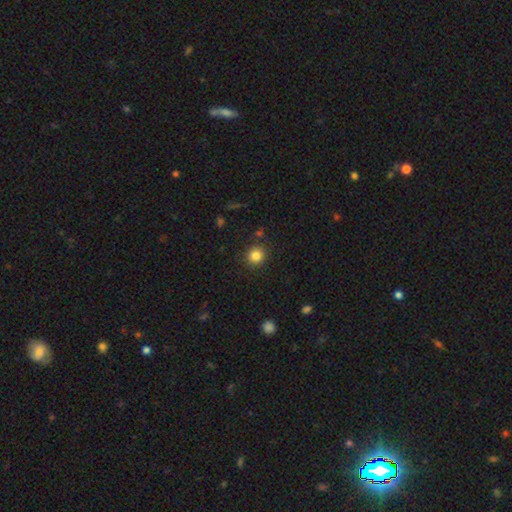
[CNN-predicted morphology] This appears to be a smooth galaxy with no disk features (83%) that is round (91%). Merging: none (88%).